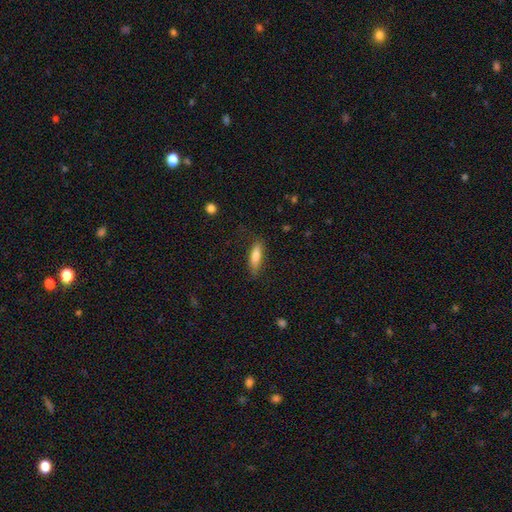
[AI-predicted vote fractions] A smooth galaxy with no disk features (77%) that is cigar-shaped (55%). Merging: none (78%).